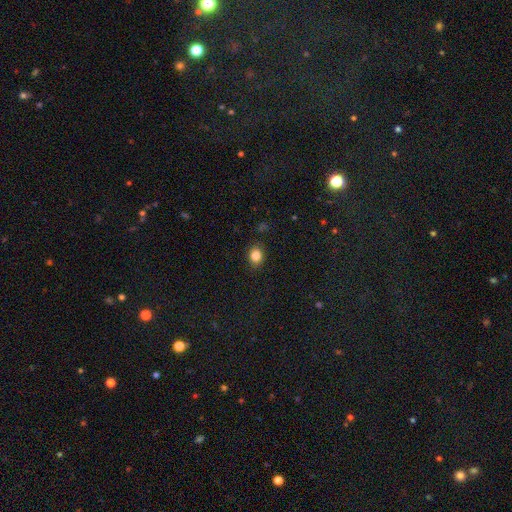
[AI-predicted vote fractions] smooth_or_featured: smooth (p=0.84) [alt: star or artifact p=0.11]
how_rounded: round (p=0.62) [alt: in between p=0.37]
merging: none (p=0.87) [alt: minor disturbance p=0.10]